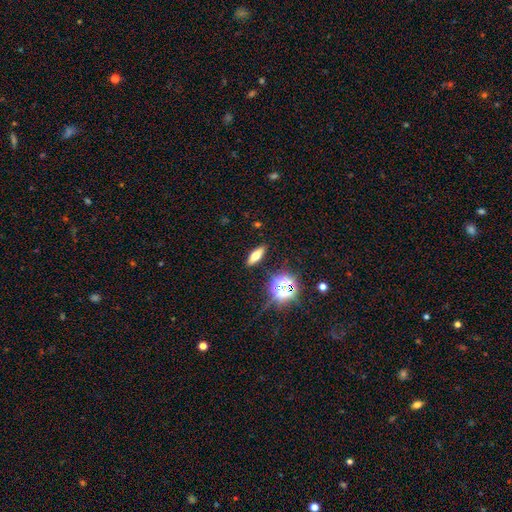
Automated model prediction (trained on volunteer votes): Smooth or featured: smooth — 54% (featured or disk — 29%)
How rounded: in between — 57% (cigar-shaped — 36%)
Merging: none — 88% (minor disturbance — 8%)